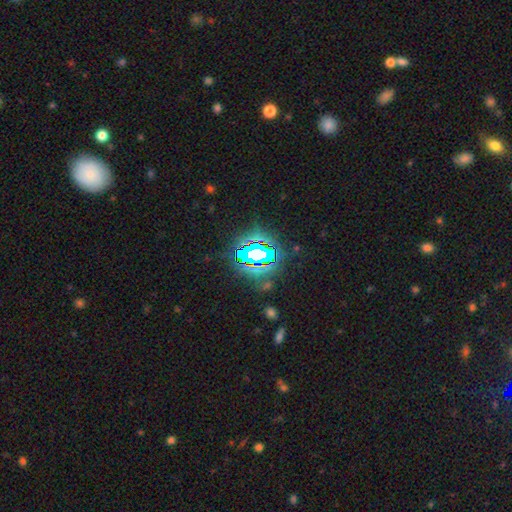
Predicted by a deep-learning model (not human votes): Q: Smooth or featured?
A: star or artifact (69%); runner-up: smooth (17%)